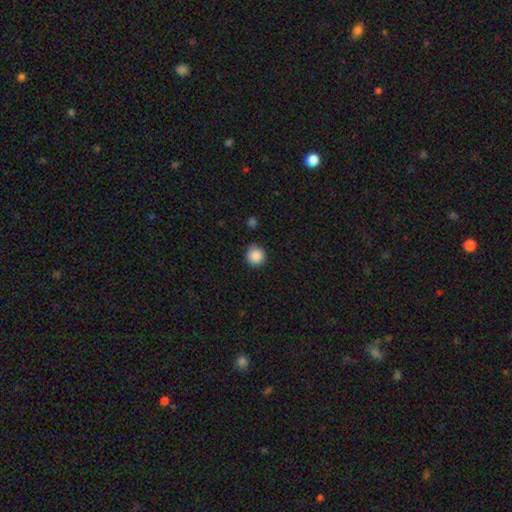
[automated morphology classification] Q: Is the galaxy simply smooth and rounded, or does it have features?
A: smooth — 88%.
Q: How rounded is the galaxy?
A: round — 93%.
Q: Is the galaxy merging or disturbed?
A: none — 86%.